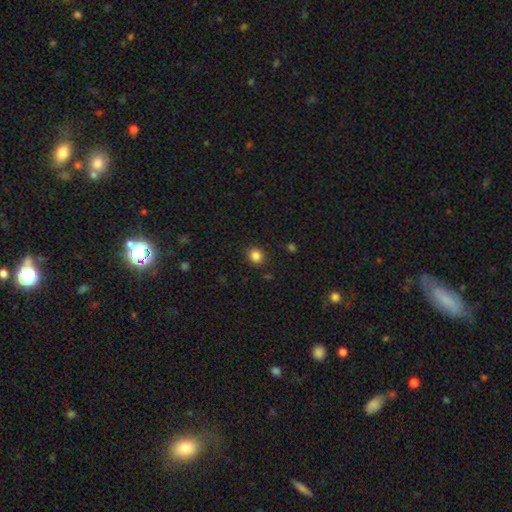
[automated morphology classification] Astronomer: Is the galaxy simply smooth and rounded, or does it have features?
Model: smooth — 85%.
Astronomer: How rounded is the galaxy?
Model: round — 85%.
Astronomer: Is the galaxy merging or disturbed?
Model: none — 89%.